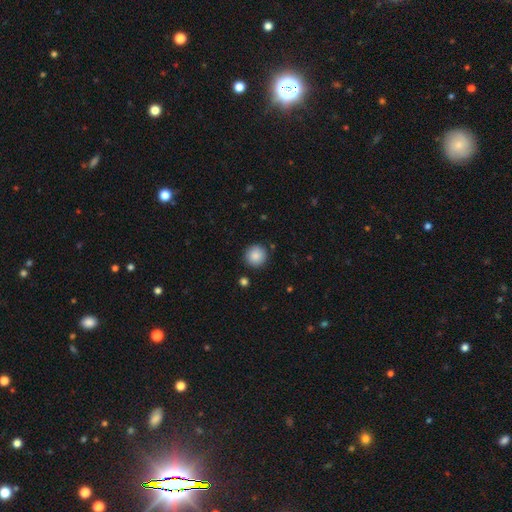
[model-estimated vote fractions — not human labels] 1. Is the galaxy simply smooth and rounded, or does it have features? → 88% smooth, 8% star or artifact, 4% featured or disk.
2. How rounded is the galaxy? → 94% round, 5% in between, 1% cigar-shaped.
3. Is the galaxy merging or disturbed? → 89% none, 7% minor disturbance, 2% major disturbance, 2% merger.